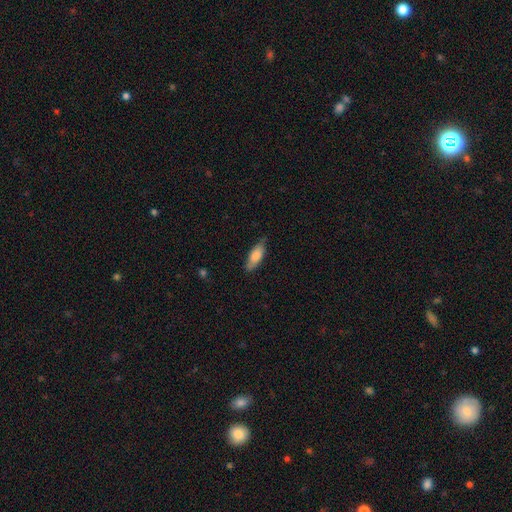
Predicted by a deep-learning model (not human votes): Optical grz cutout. It shows a smooth galaxy with no disk features (76%) that is in between round and cigar-shaped (64%). Merging: none (75%).